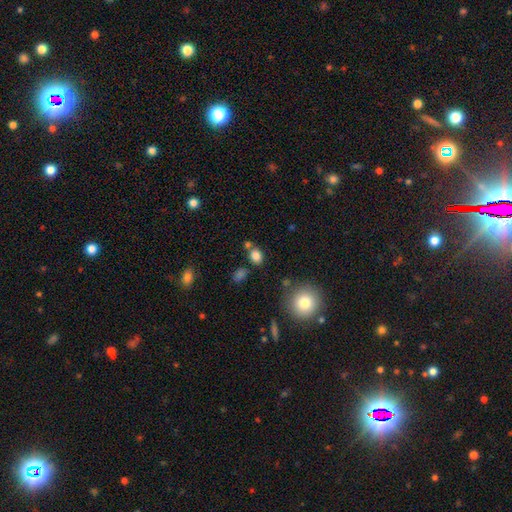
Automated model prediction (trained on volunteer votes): This is clearly a smooth galaxy (82%). How rounded: possibly in between (54%). Merging: likely none (68%).